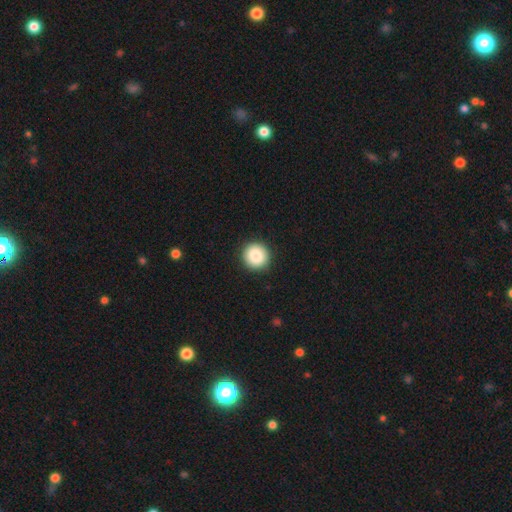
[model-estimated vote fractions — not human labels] Smooth or featured?
  - smooth: 87% *
  - star or artifact: 8%
  - featured or disk: 5%
How rounded?
  - round: 95% *
  - in between: 4%
  - cigar-shaped: 1%
Merging?
  - none: 93% *
  - minor disturbance: 5%
  - major disturbance: 2%
  - merger: 1%